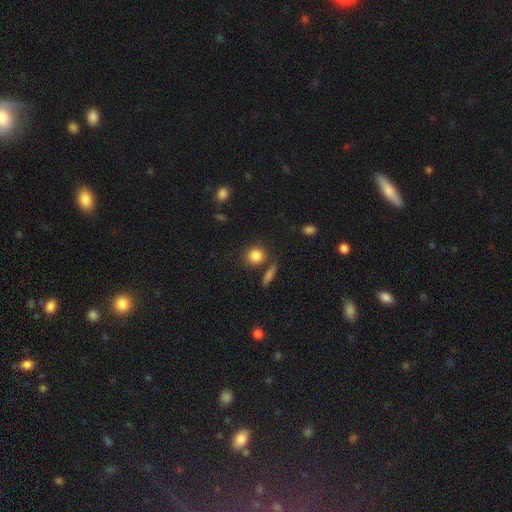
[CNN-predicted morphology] This is clearly a smooth galaxy (84%). How rounded: likely round (80%). Merging: likely none (77%).